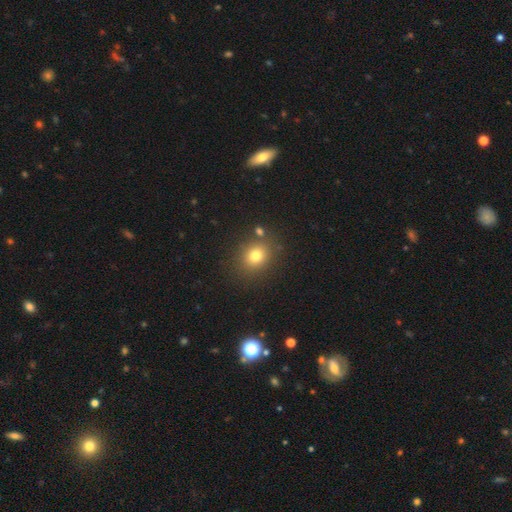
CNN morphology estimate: type=smooth (77%); roundness=round (65%); merging=none (81%).